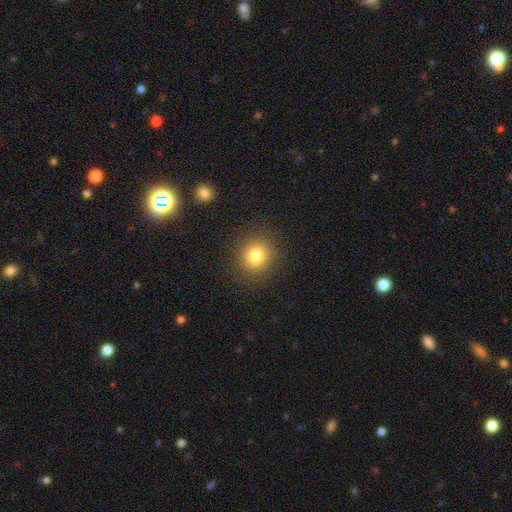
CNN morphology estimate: type=smooth (80%); roundness=round (75%); merging=none (88%).